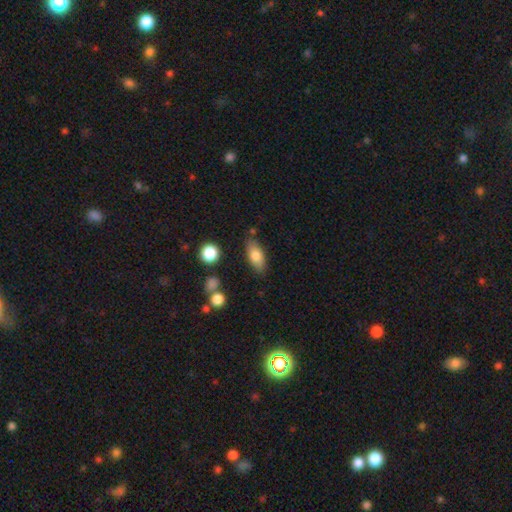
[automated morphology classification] A smooth galaxy with no disk features (76%) that is in between round and cigar-shaped (82%).

Vote fractions:
- Smooth or featured? smooth: 76% / featured or disk: 17% / star or artifact: 7%
- How rounded? in between: 82% / cigar-shaped: 14% / round: 4%
- Merging? none: 78% / minor disturbance: 15% / merger: 4% / major disturbance: 4%